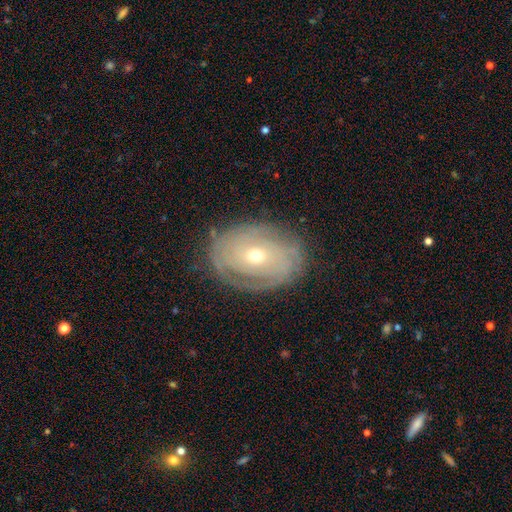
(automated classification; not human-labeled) Overall: featured or disk (74%). Edge-on disk: no (94%). Bar: no (70%). Spiral arms: yes (81%). Spiral arm count: can't tell (50%; 2 22%). Spiral winding: tight (76%). Bulge size: moderate (49%; small 47%). Merging: none (78%).